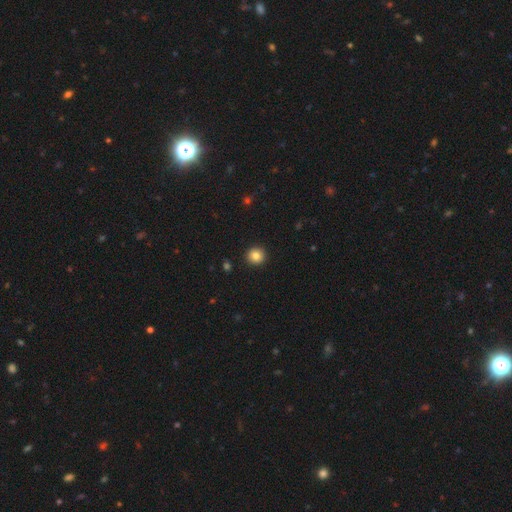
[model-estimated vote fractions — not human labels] Smooth or featured? Predicted: smooth (p=0.84). How rounded? Predicted: round (p=0.93). Merging? Predicted: none (p=0.93).